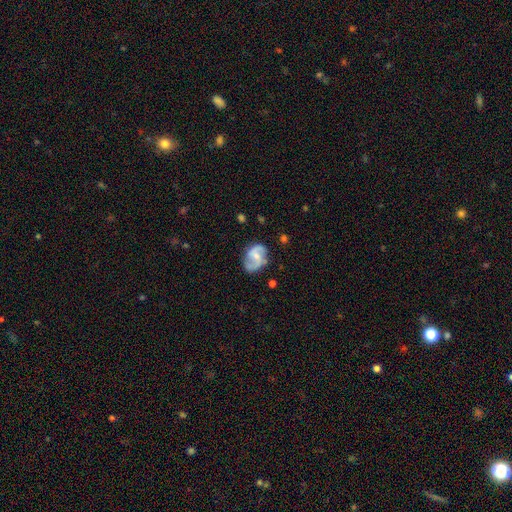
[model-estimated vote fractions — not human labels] Smooth or featured: featured or disk — 82% (smooth — 13%)
Edge-on disk: no — 98% (yes — 2%)
Bar: weak — 48% (no — 37%)
Spiral arms: yes — 95% (no — 5%)
Spiral winding: medium — 44% (loose — 43%)
Spiral arm count: 2 — 91% (can't tell — 4%)
Bulge size: small — 50% (moderate — 34%)
Merging: none — 75% (minor disturbance — 17%)